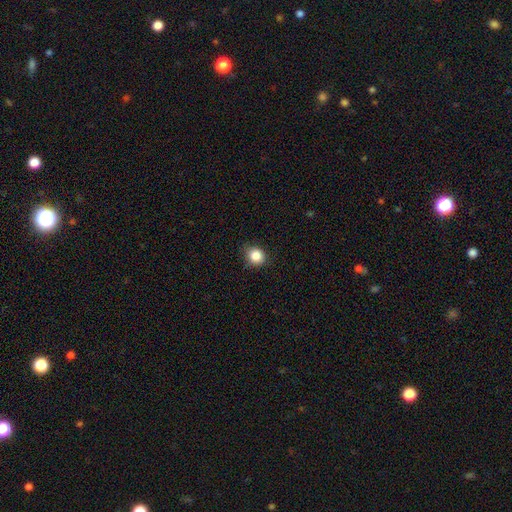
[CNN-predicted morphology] smooth-or-featured: smooth: 85% | star or artifact: 10% | featured or disk: 4%
  how-rounded: round: 79% | in between: 20% | cigar-shaped: 1%
  merging: none: 80% | minor disturbance: 16% | major disturbance: 3% | merger: 1%